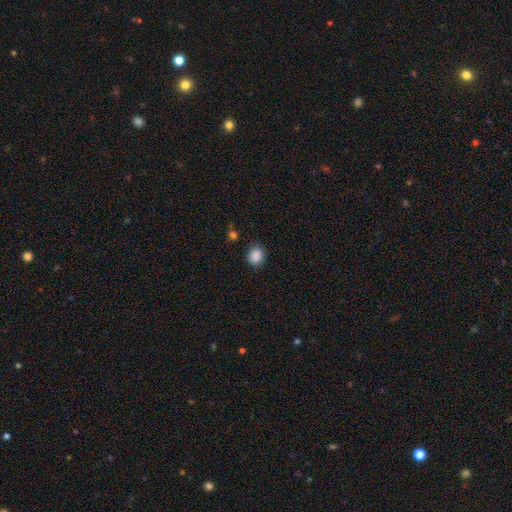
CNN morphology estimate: Q: Smooth or featured?
A: smooth (88%); runner-up: star or artifact (9%)
Q: How rounded?
A: round (64%); runner-up: in between (35%)
Q: Merging?
A: none (86%); runner-up: minor disturbance (10%)